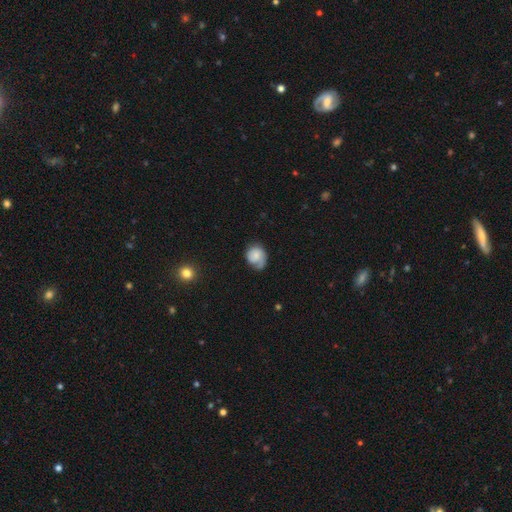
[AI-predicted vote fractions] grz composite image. It shows a smooth galaxy with no disk features (56%) that is round (61%). Merging: none (48%).